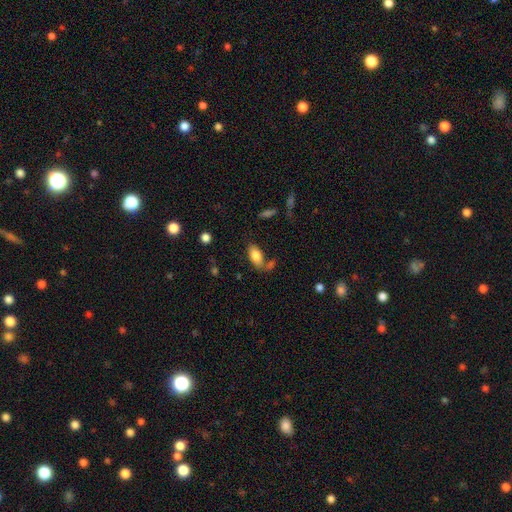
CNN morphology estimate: Smooth or featured: smooth — 81% (featured or disk — 12%)
How rounded: in between — 92% (cigar-shaped — 5%)
Merging: none — 60% (minor disturbance — 17%)